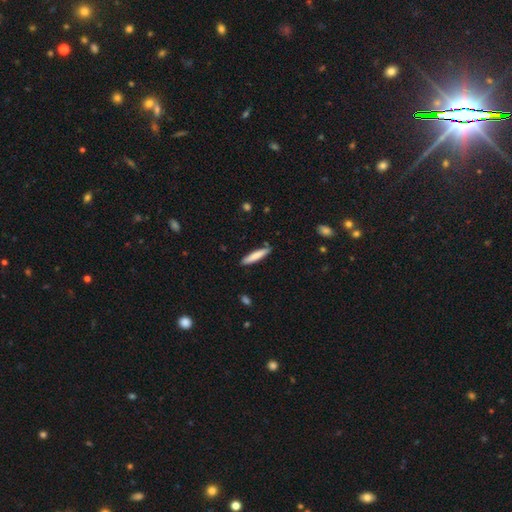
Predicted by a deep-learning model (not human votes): Overall: smooth (77%). How rounded: cigar-shaped (88%). Merging: none (87%).